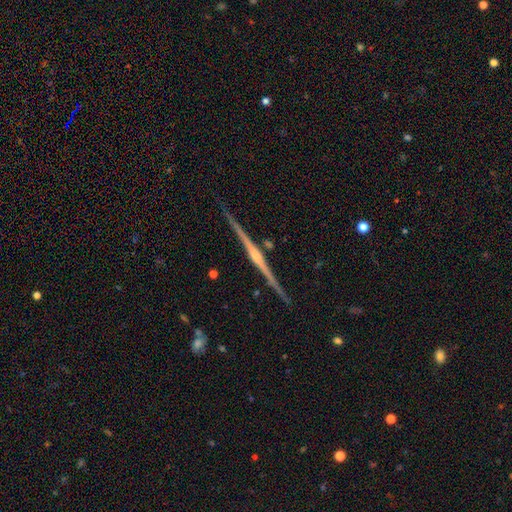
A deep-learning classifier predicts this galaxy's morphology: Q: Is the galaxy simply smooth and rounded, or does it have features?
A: featured or disk — 87%.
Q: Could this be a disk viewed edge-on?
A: yes — 99%.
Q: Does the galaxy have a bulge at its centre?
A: rounded — 74%.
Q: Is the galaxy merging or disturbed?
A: none — 91%.